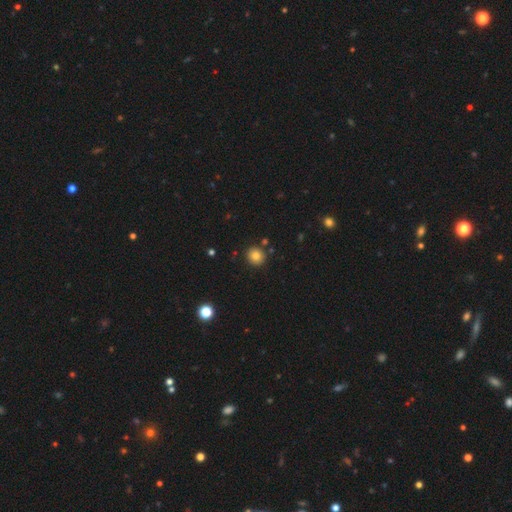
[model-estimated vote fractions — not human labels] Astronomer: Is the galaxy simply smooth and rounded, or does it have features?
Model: smooth — 81%.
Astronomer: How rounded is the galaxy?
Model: round — 87%.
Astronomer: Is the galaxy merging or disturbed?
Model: none — 87%.